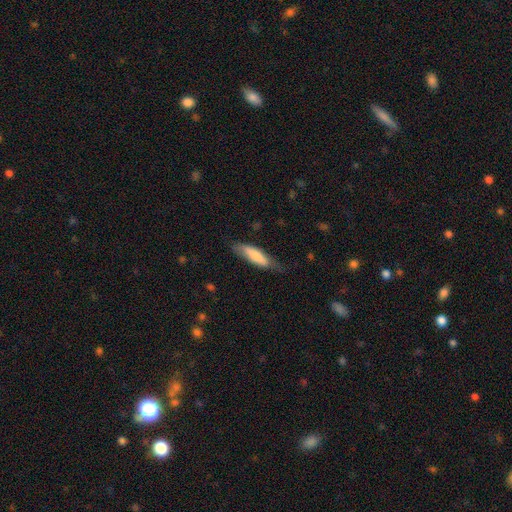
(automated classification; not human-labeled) Smooth or featured? smooth (73%)
How rounded? cigar-shaped (58%)
Merging? none (67%)